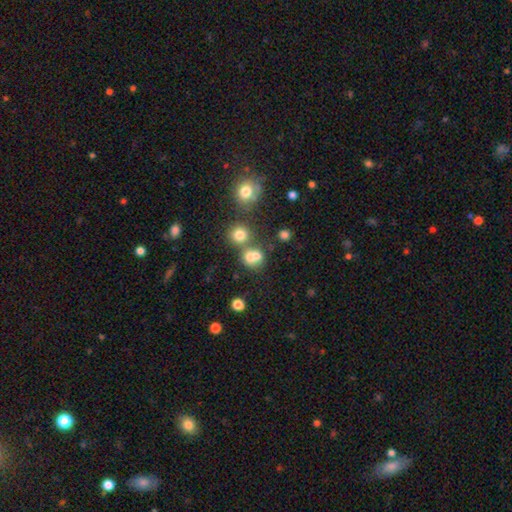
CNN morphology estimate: The model was most divided on "merging": merger: 46%, none: 41%, minor disturbance: 9%, major disturbance: 5%. More confident: how rounded — round (74%); smooth or featured — smooth (71%).